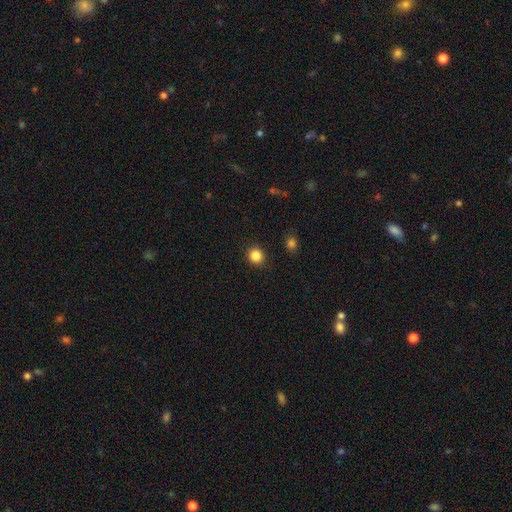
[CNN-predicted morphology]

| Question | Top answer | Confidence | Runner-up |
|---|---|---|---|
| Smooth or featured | smooth | 85% | star or artifact (11%) |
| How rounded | round | 87% | in between (12%) |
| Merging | none | 91% | minor disturbance (6%) |